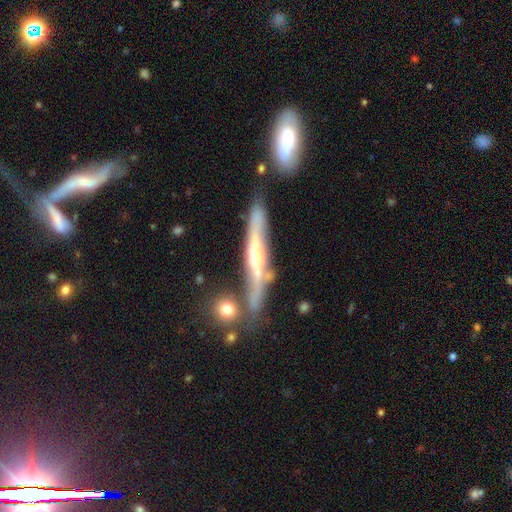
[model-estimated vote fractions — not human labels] A featured or disk galaxy (72%) viewed edge-on (88%) with a rounded central bulge (72%). Merging: none (67%).